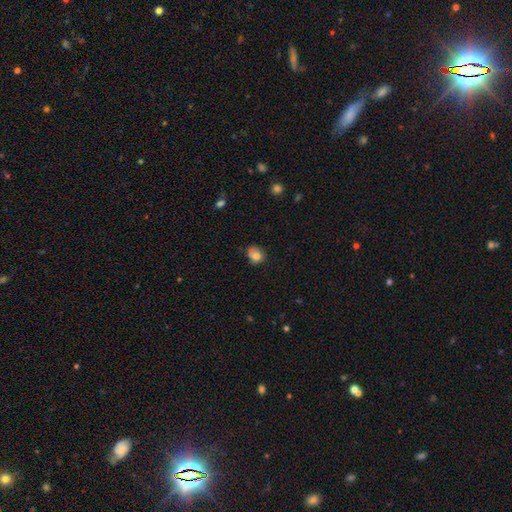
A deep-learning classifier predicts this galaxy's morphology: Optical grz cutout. It shows a smooth galaxy with no disk features (74%) that is round (55%). Merging: none (52%).